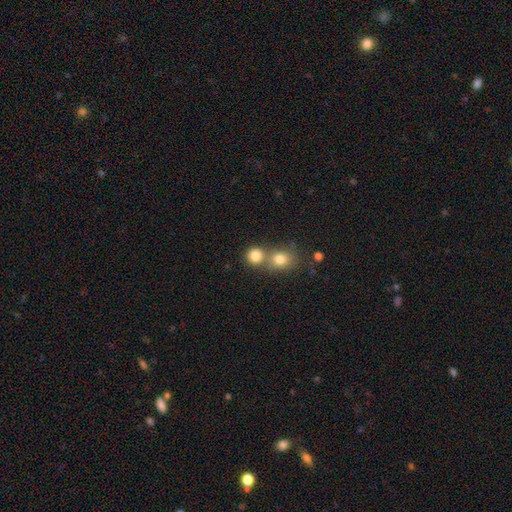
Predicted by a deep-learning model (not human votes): Q: Smooth or featured?
A: smooth (82%); runner-up: star or artifact (11%)
Q: How rounded?
A: round (85%); runner-up: in between (14%)
Q: Merging?
A: none (48%); runner-up: merger (43%)